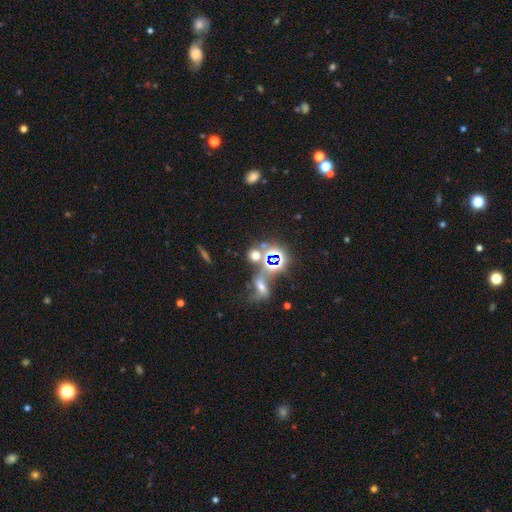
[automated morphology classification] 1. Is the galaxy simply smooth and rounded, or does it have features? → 45% smooth, 43% star or artifact, 12% featured or disk.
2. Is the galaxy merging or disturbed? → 52% none, 30% merger, 10% minor disturbance, 8% major disturbance.